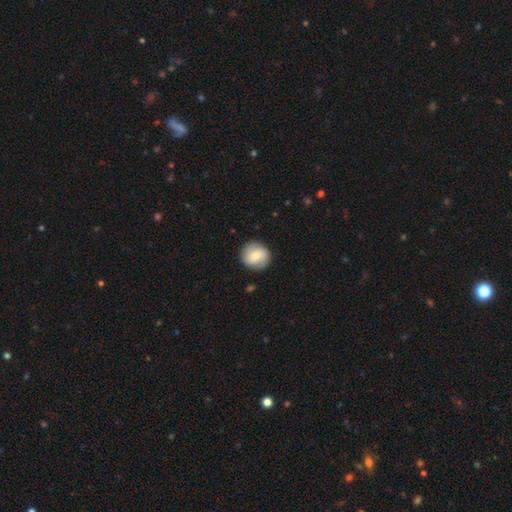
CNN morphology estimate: type=smooth (66%); roundness=round (91%); merging=none (86%).